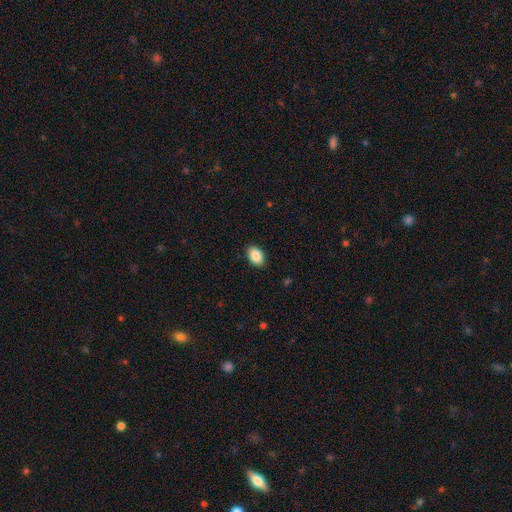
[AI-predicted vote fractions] The model was most divided on "how rounded": in between: 86%, round: 13%, cigar-shaped: 1%. More confident: merging — none (89%); smooth or featured — smooth (89%).